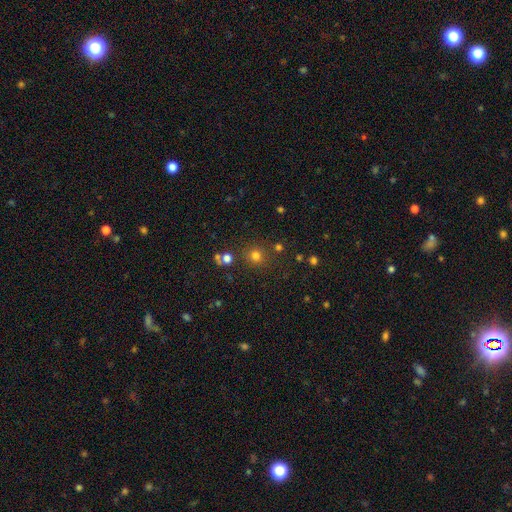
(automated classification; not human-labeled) Smooth or featured? smooth (74%)
How rounded? round (91%)
Merging? none (81%)